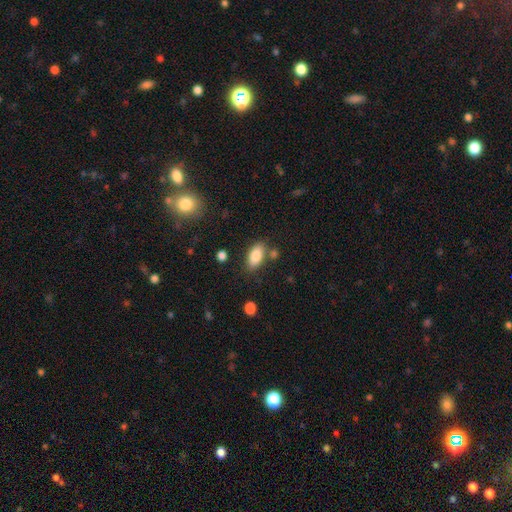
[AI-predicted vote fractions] Q: Smooth or featured?
A: smooth (85%); runner-up: featured or disk (8%)
Q: How rounded?
A: in between (90%); runner-up: cigar-shaped (6%)
Q: Merging?
A: none (76%); runner-up: minor disturbance (13%)